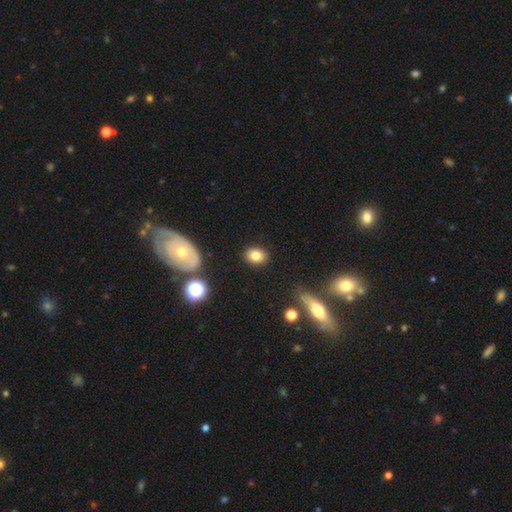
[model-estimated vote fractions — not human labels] The model was most divided on "how rounded": in between: 62%, round: 36%, cigar-shaped: 1%. More confident: merging — none (87%); smooth or featured — smooth (83%).